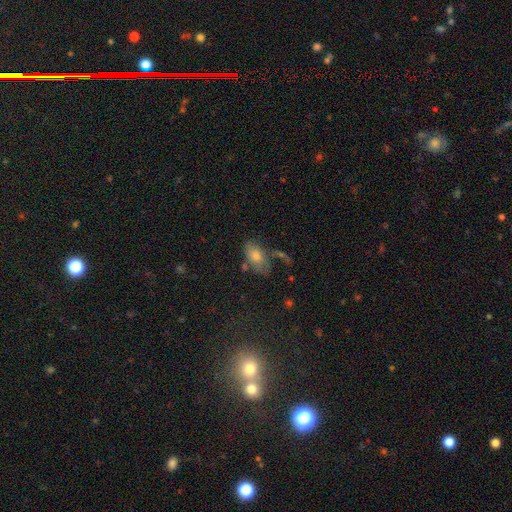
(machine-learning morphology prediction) Smooth or featured? smooth (62%)
How rounded? in between (89%)
Merging? none (53%)